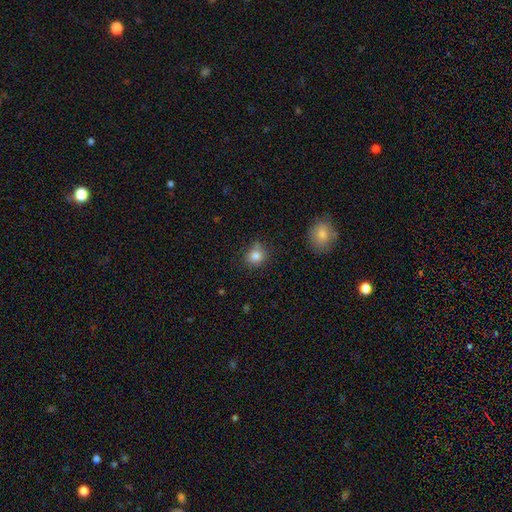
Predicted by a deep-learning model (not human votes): Morphology: type=smooth (82%); roundness=round (82%); merging=none (72%).